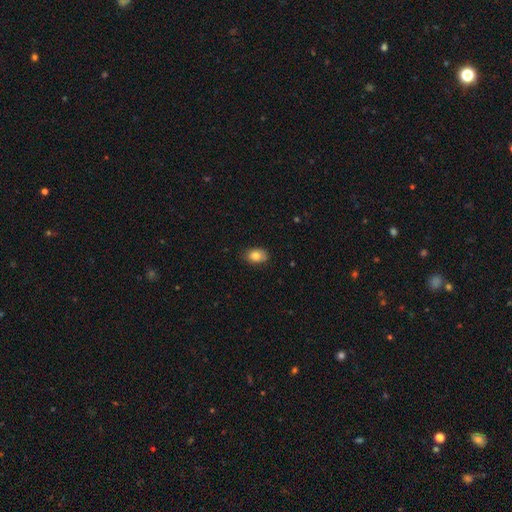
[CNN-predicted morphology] A smooth galaxy with no disk features (82%) that is in between round and cigar-shaped (82%).

Vote fractions:
- Smooth or featured? smooth: 82% / featured or disk: 10% / star or artifact: 8%
- How rounded? in between: 82% / round: 17% / cigar-shaped: 1%
- Merging? none: 83% / minor disturbance: 14% / major disturbance: 2% / merger: 1%